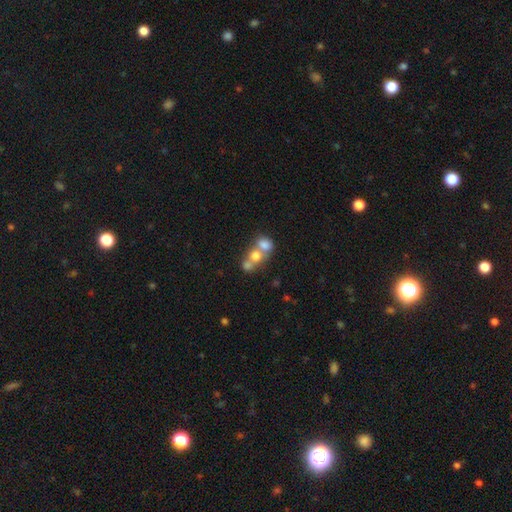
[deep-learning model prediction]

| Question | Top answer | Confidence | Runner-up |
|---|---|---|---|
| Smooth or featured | smooth | 63% | featured or disk (23%) |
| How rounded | round | 64% | in between (34%) |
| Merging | merger | 66% | none (23%) |